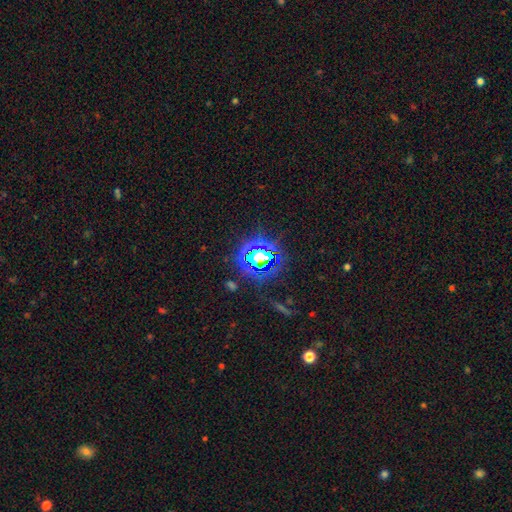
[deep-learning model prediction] Smooth or featured: star or artifact — 70% (smooth — 19%)